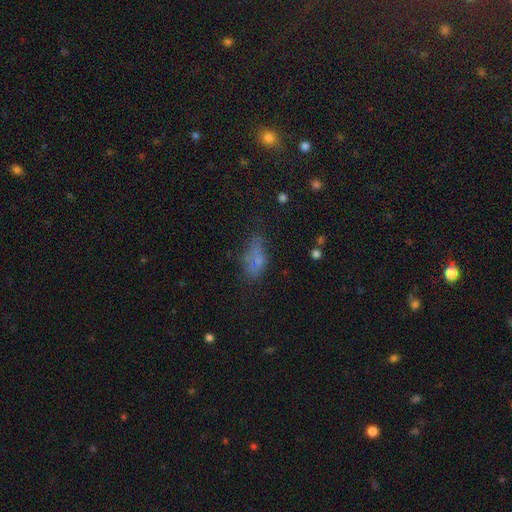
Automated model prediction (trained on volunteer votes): smooth-or-featured: smooth: 62% | star or artifact: 20% | featured or disk: 18%
  how-rounded: in between: 73% | cigar-shaped: 21% | round: 6%
  merging: none: 45% | minor disturbance: 29% | major disturbance: 20% | merger: 6%